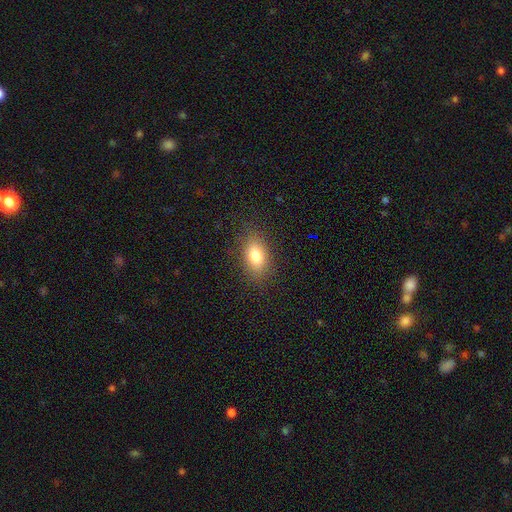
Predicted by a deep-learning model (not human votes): The model was most divided on "smooth or featured": smooth: 80%, featured or disk: 10%, star or artifact: 10%. More confident: how rounded — in between (85%); merging — none (84%).